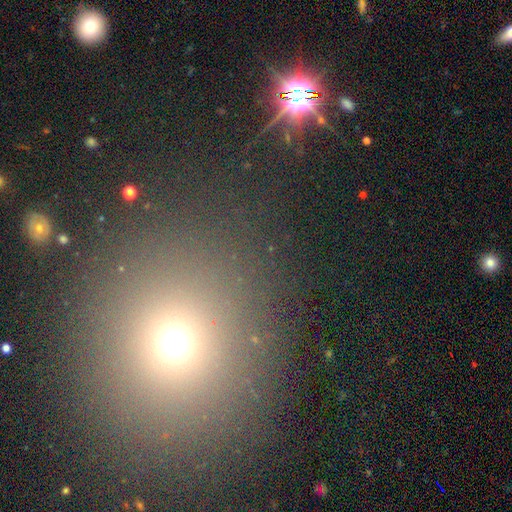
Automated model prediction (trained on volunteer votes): Smooth or featured? Predicted: smooth (p=0.60). How rounded? Predicted: round (p=0.88). Merging? Predicted: none (p=0.87).